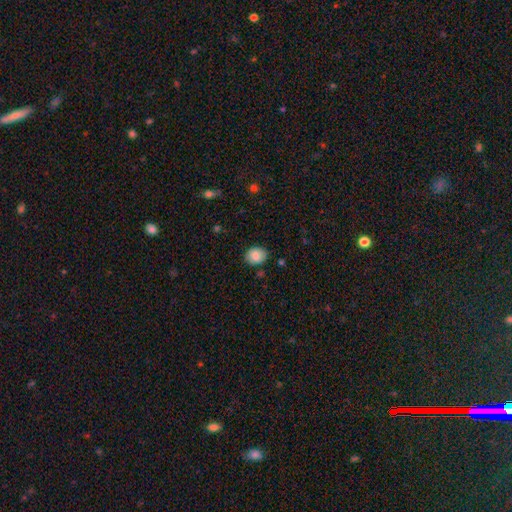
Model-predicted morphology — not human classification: This is clearly a smooth galaxy (85%). How rounded: possibly round (52%). Merging: clearly none (81%).